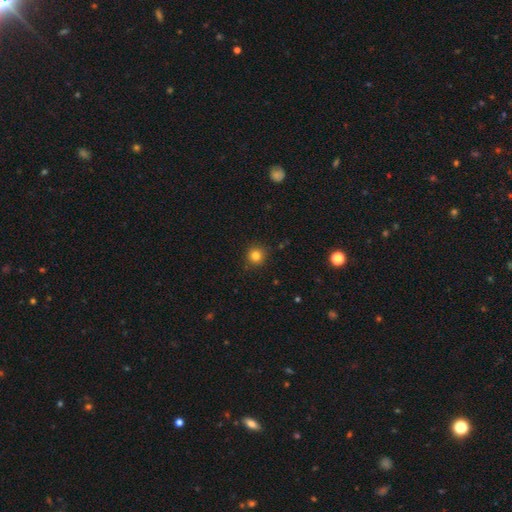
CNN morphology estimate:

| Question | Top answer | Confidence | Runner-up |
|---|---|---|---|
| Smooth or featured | smooth | 82% | star or artifact (13%) |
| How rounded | round | 94% | in between (5%) |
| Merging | none | 89% | minor disturbance (7%) |